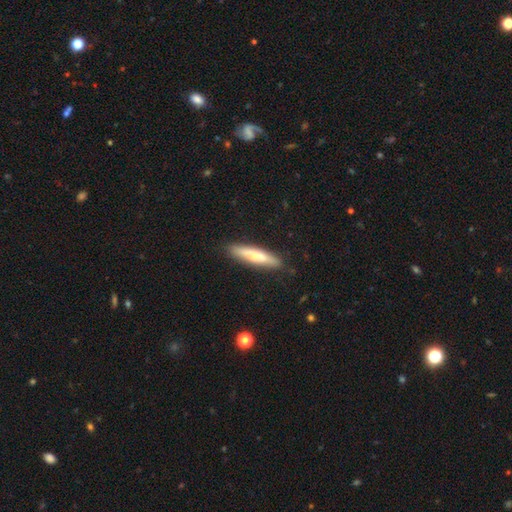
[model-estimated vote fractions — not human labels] A smooth galaxy with no disk features (65%) that is cigar-shaped (87%). Merging: none (87%).